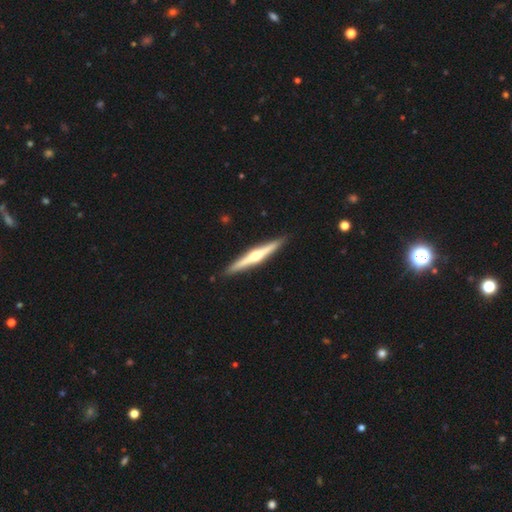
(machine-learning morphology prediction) Smooth or featured? featured or disk (76%)
Edge-on disk? yes (98%)
Edge-on bulge? rounded (93%)
Merging? none (92%)